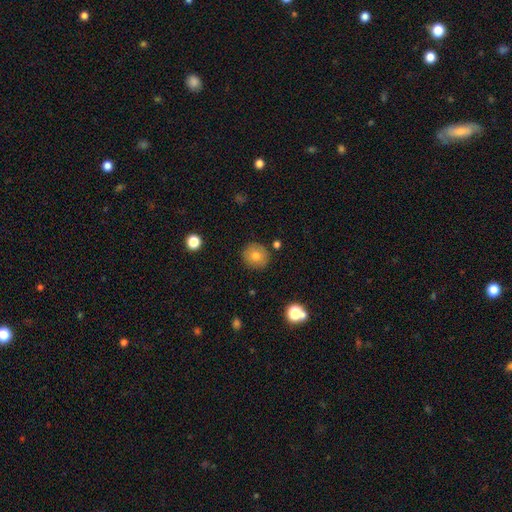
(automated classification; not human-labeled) Morphology: type=smooth (77%); roundness=round (89%); merging=none (87%).